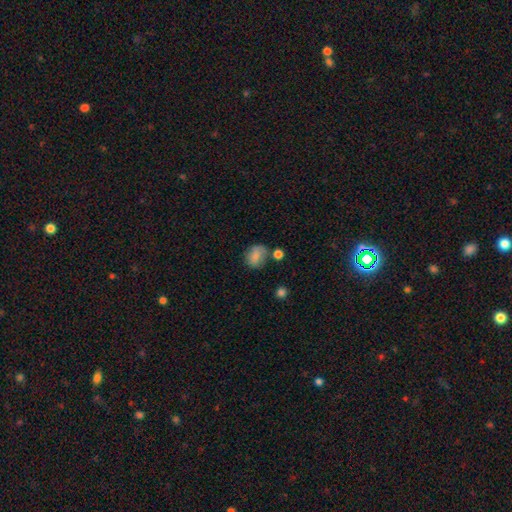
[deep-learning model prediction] Smooth or featured? smooth (79%)
How rounded? round (50%)
Merging? none (56%)